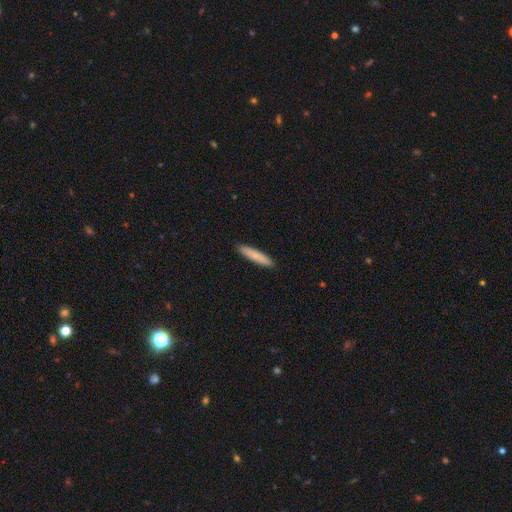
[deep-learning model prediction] Morphology: type=smooth (78%); roundness=cigar-shaped (90%); merging=none (91%).